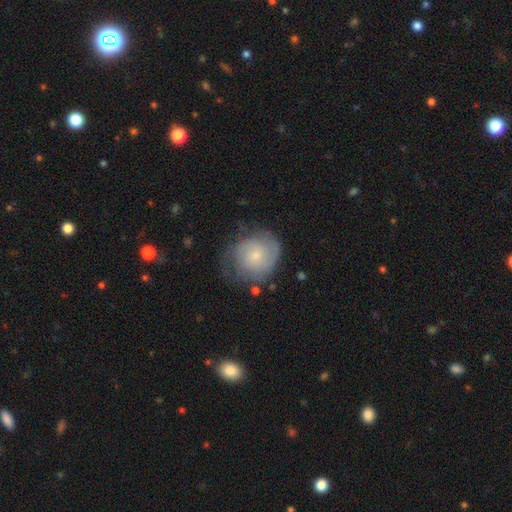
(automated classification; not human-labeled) The model was most divided on "smooth or featured": featured or disk: 50%, smooth: 43%, star or artifact: 7%. More confident: edge-on disk — no (97%); merging — none (54%).